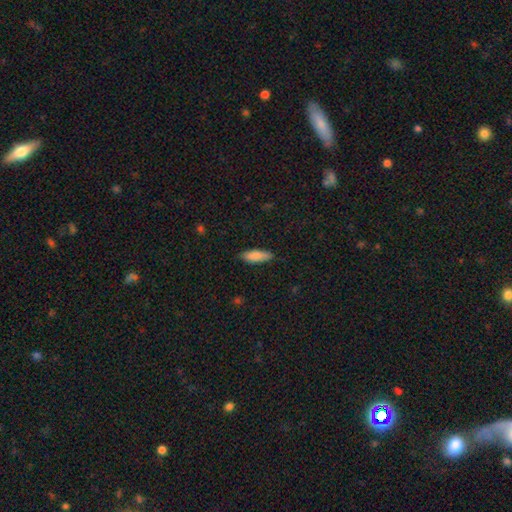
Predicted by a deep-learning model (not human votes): The model was most divided on "how rounded": in between: 55%, cigar-shaped: 43%, round: 2%. More confident: smooth or featured — smooth (84%); merging — none (84%).